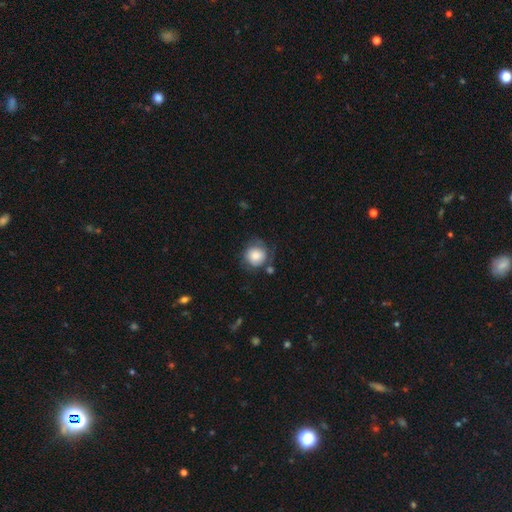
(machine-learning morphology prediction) Q: Smooth or featured?
A: smooth (71%); runner-up: featured or disk (21%)
Q: How rounded?
A: round (87%); runner-up: in between (12%)
Q: Merging?
A: none (59%); runner-up: minor disturbance (23%)